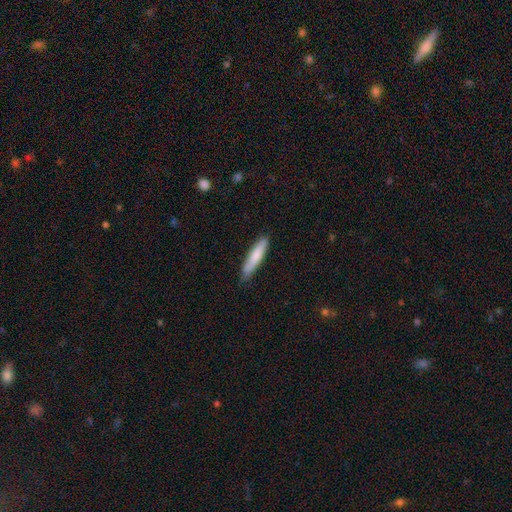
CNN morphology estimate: A smooth galaxy with no disk features (77%) that is cigar-shaped (87%). Merging: none (80%).